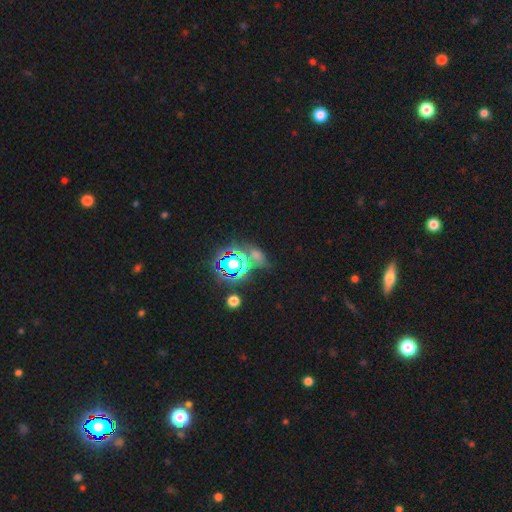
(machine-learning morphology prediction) star or artifact 50%, smooth 36%, featured or disk 14%.